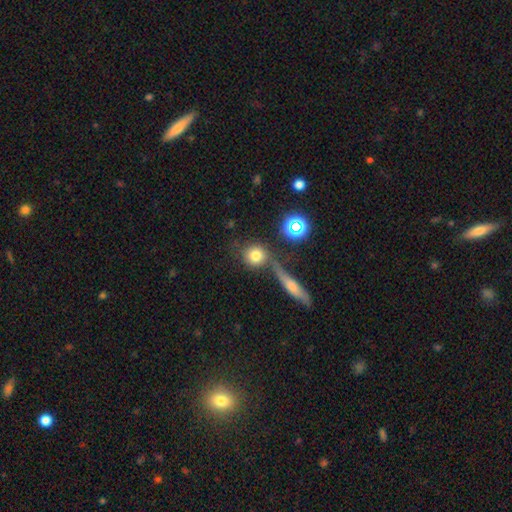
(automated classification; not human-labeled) Morphology: type=smooth (75%); roundness=round (85%); merging=none (64%).